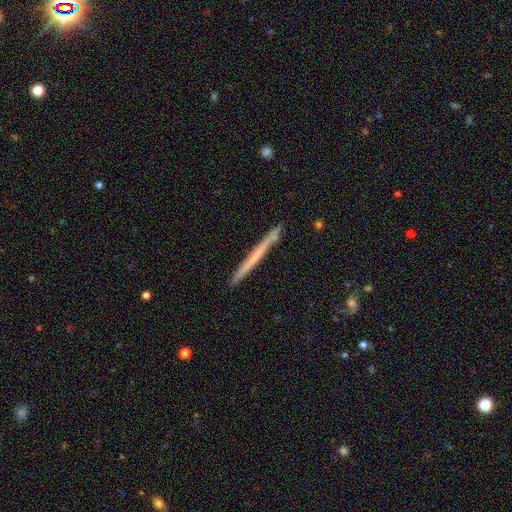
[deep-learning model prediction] Overall: featured or disk (50%; smooth 45%). Merging: none (91%).